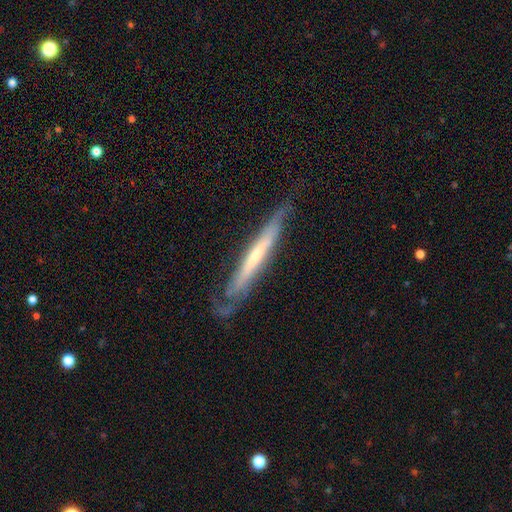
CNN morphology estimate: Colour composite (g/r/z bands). It shows a featured or disk galaxy (69%) viewed edge-on (80%) with no central bulge (60%). Merging: none (66%).